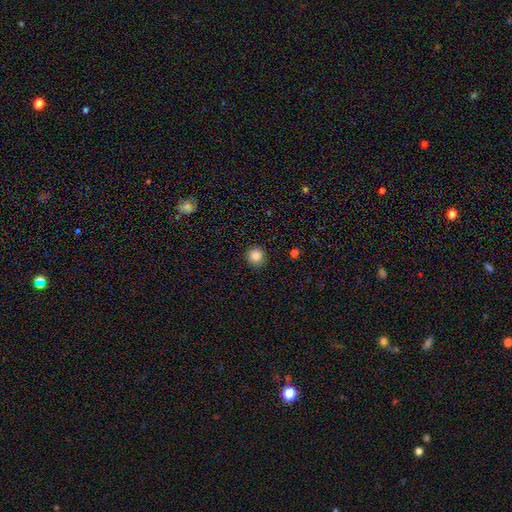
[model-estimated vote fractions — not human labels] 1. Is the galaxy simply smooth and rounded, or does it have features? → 84% smooth, 11% star or artifact, 5% featured or disk.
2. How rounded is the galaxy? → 93% round, 6% in between, 1% cigar-shaped.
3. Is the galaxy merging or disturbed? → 91% none, 6% minor disturbance, 2% major disturbance, 1% merger.